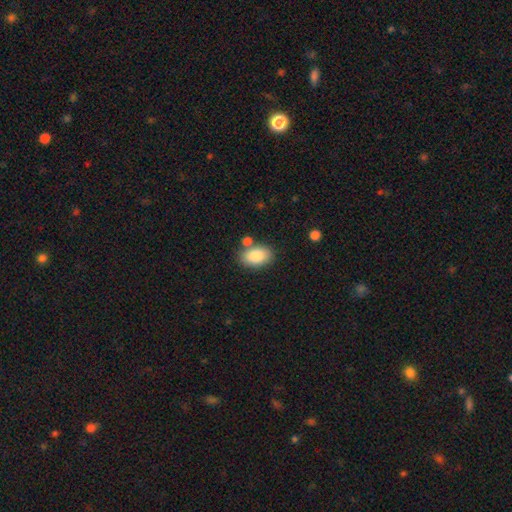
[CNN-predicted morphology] Smooth or featured?
  - smooth: 85% *
  - featured or disk: 8%
  - star or artifact: 7%
How rounded?
  - in between: 90% *
  - round: 9%
  - cigar-shaped: 1%
Merging?
  - none: 75% *
  - minor disturbance: 12%
  - merger: 10%
  - major disturbance: 3%